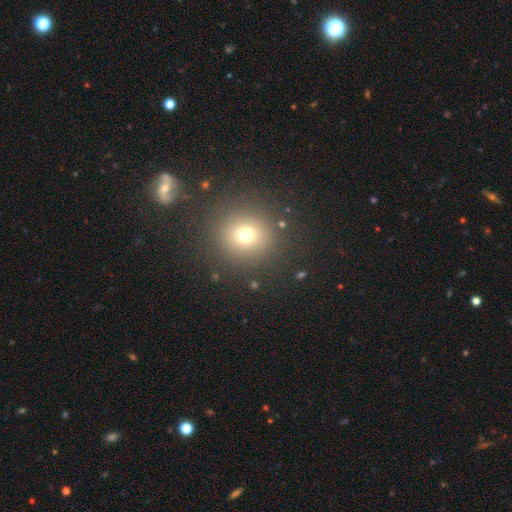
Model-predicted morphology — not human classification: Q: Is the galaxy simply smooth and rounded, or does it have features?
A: smooth — 61%.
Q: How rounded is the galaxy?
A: round — 90%.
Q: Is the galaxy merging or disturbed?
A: none — 88%.